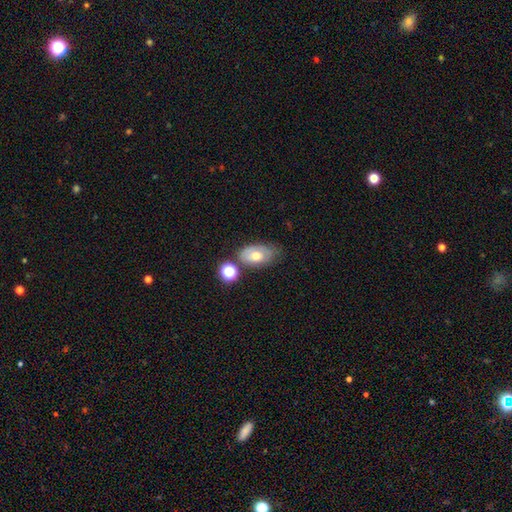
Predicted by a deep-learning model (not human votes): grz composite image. It shows a smooth galaxy with no disk features (62%) that is in between round and cigar-shaped (88%). Merging: none (55%).